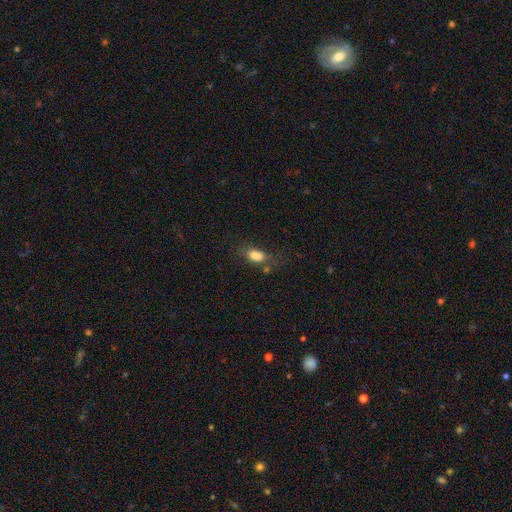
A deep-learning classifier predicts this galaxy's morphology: This is likely a smooth galaxy (72%). How rounded: likely in between (73%). Merging: marginally none (36%, tied with merger).